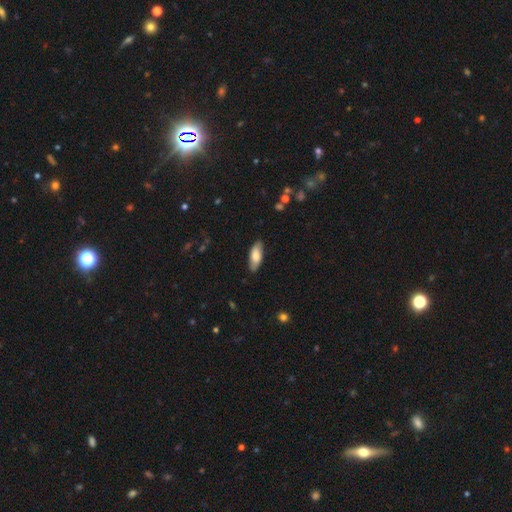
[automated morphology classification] The model was most divided on "how rounded": in between: 74%, cigar-shaped: 24%, round: 2%. More confident: merging — none (85%); smooth or featured — smooth (77%).